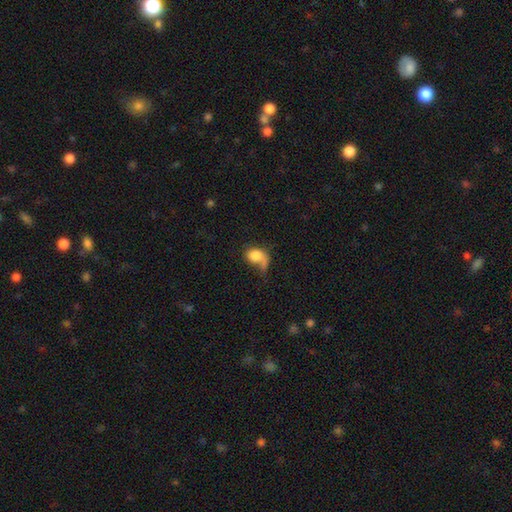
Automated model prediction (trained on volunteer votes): Smooth or featured? Predicted: smooth (p=0.72). How rounded? Predicted: in between (p=0.62). Merging? Predicted: major disturbance (p=0.34).